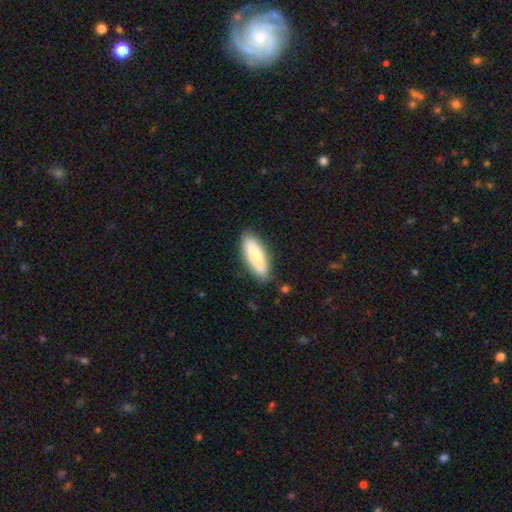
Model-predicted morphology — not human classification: Q: Smooth or featured?
A: smooth (80%); runner-up: featured or disk (14%)
Q: How rounded?
A: in between (56%); runner-up: cigar-shaped (42%)
Q: Merging?
A: none (83%); runner-up: minor disturbance (13%)